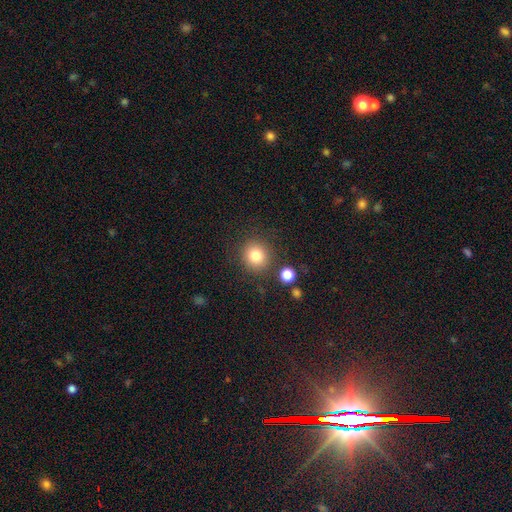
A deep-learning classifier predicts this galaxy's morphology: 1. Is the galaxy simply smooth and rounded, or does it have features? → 81% smooth, 12% star or artifact, 7% featured or disk.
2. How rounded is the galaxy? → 91% round, 8% in between, 1% cigar-shaped.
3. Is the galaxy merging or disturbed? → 85% none, 8% minor disturbance, 4% merger, 3% major disturbance.